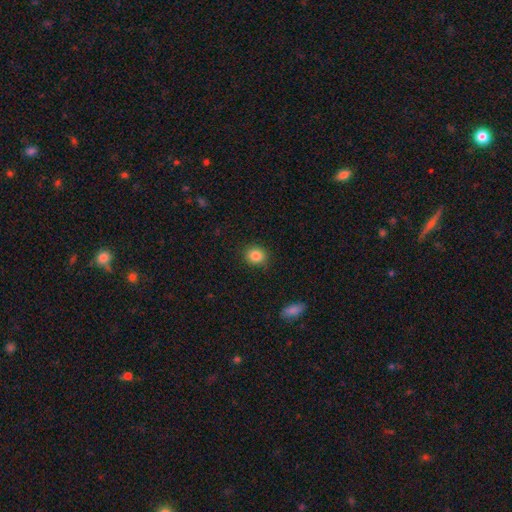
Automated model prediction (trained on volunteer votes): smooth-or-featured: smooth: 85% | star or artifact: 10% | featured or disk: 5%
  how-rounded: round: 71% | in between: 28% | cigar-shaped: 1%
  merging: none: 88% | minor disturbance: 8% | major disturbance: 2% | merger: 1%